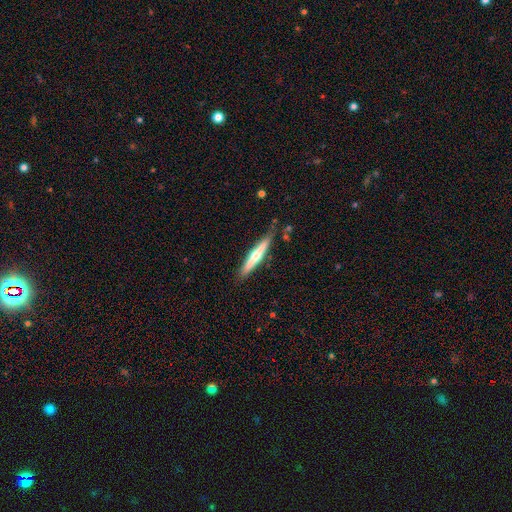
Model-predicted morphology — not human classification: This is possibly a featured or disk galaxy (56%). It is clearly viewed edge-on (96%). Edge-on bulge: clearly rounded (82%). Merging: clearly none (82%).